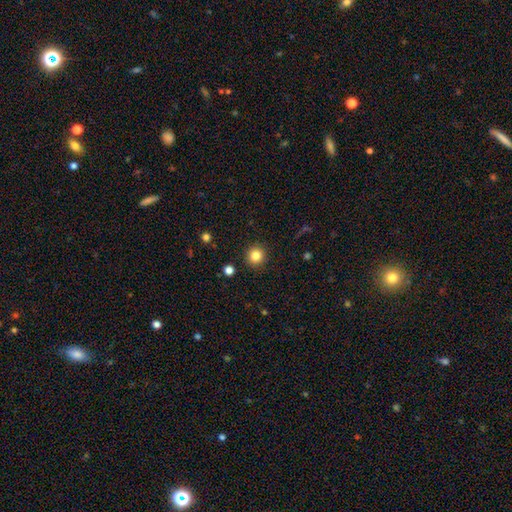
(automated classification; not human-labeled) Smooth or featured: smooth — 83% (star or artifact — 11%)
How rounded: round — 93% (in between — 6%)
Merging: none — 92% (minor disturbance — 5%)